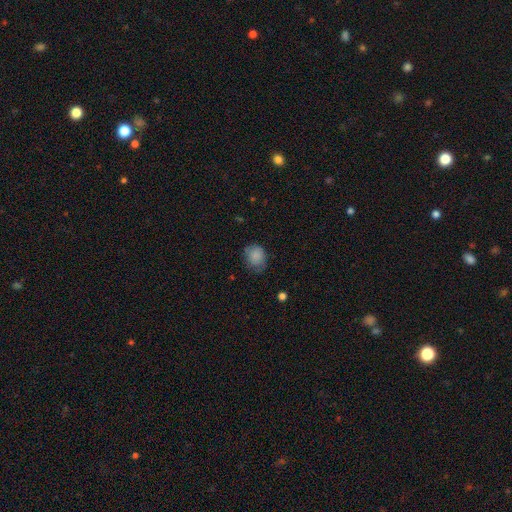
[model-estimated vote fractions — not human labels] smooth-or-featured: smooth: 82% | featured or disk: 9% | star or artifact: 8%
  how-rounded: round: 57% | in between: 42% | cigar-shaped: 1%
  merging: none: 61% | minor disturbance: 29% | major disturbance: 9% | merger: 1%